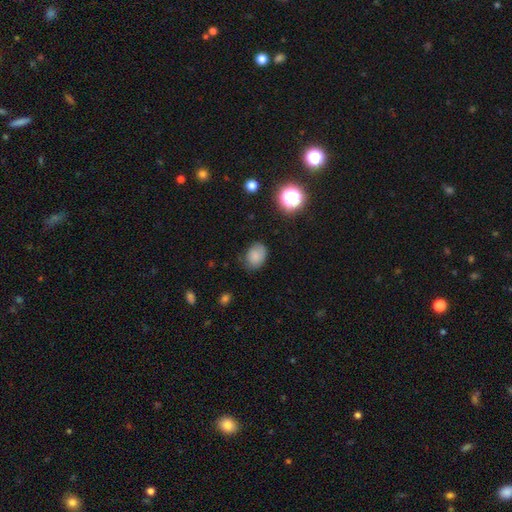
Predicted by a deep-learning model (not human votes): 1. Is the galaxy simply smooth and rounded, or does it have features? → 80% smooth, 11% star or artifact, 9% featured or disk.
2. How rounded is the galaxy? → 64% in between, 35% round, 1% cigar-shaped.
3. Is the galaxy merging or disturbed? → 67% none, 25% minor disturbance, 6% major disturbance, 2% merger.